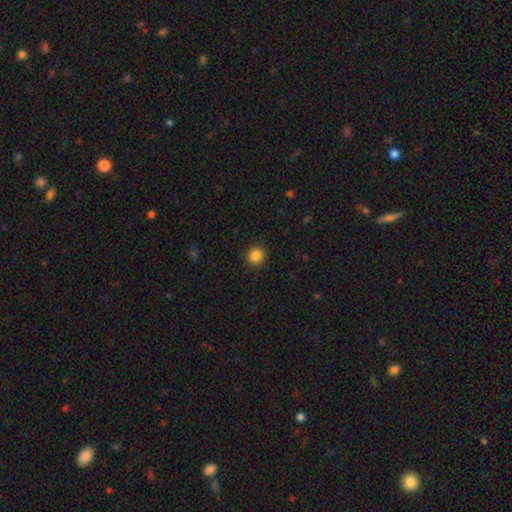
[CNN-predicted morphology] Overall: smooth (85%). How rounded: round (94%). Merging: none (92%).